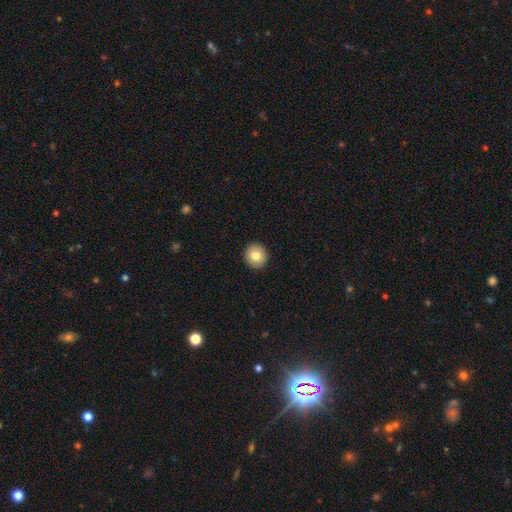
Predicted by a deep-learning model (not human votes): A smooth galaxy with no disk features (80%) that is round (89%).

Vote fractions:
- Smooth or featured? smooth: 80% / featured or disk: 11% / star or artifact: 9%
- How rounded? round: 89% / in between: 10% / cigar-shaped: 1%
- Merging? none: 93% / minor disturbance: 5% / major disturbance: 1% / merger: 1%